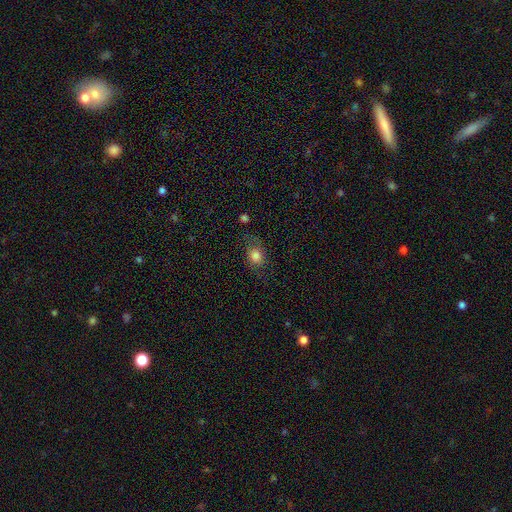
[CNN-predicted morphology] The model was most divided on "how rounded": in between: 56%, round: 42%, cigar-shaped: 2%. More confident: smooth or featured — smooth (79%); merging — none (66%).